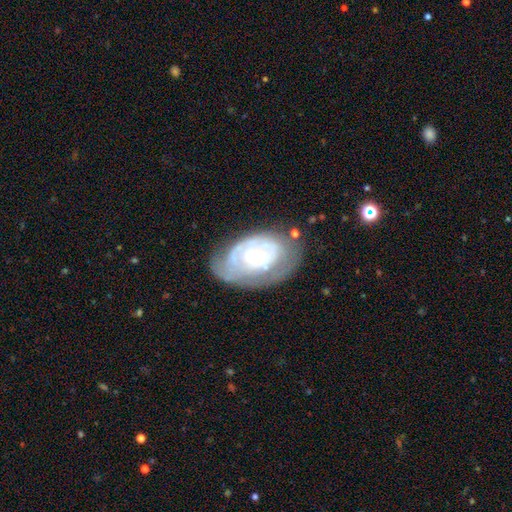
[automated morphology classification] smooth-or-featured: featured or disk: 74% | smooth: 19% | star or artifact: 6%
  disk-edge-on: no: 96% | yes: 4%
    bar: no: 77% | weak: 19% | strong: 4%
    has-spiral-arms: yes: 73% | no: 27%
      spiral-winding: tight: 71% | medium: 21% | loose: 8%
      spiral-arm-count: can't tell: 56% | 2: 20% | 1: 10% | 3: 8% | 4: 4% | more than 4: 3%
    bulge-size: small: 64% | moderate: 30% | large: 3% | none: 2% | dominant: 1%
  merging: none: 55% | minor disturbance: 27% | major disturbance: 15% | merger: 3%